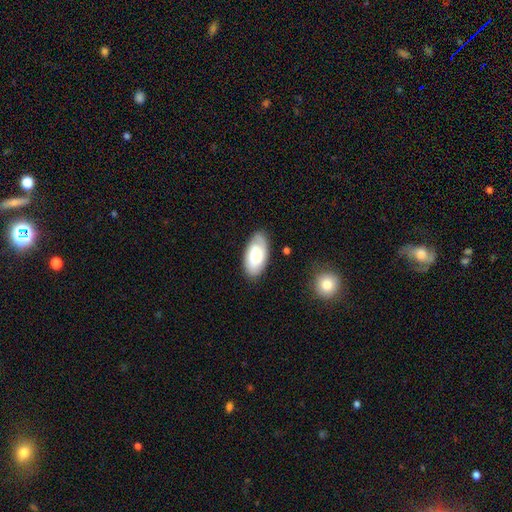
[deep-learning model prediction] Smooth or featured: smooth — 57% (featured or disk — 36%)
How rounded: in between — 94% (cigar-shaped — 4%)
Merging: none — 78% (minor disturbance — 16%)